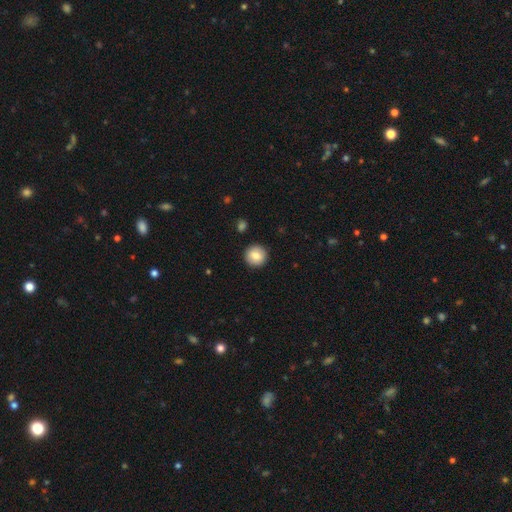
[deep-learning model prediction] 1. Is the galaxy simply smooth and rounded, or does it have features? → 83% smooth, 10% featured or disk, 8% star or artifact.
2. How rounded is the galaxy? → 95% round, 4% in between, 1% cigar-shaped.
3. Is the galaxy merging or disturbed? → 92% none, 5% minor disturbance, 2% major disturbance, 1% merger.